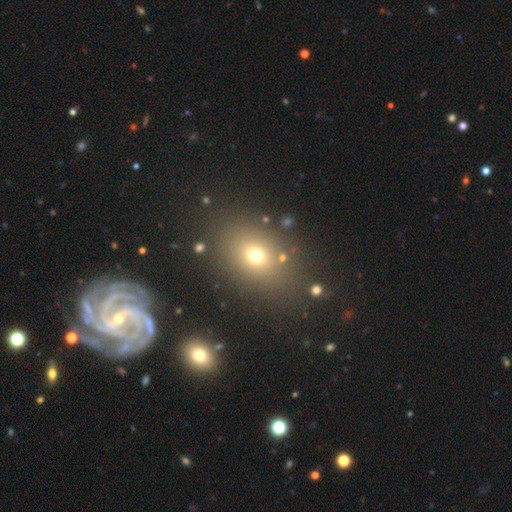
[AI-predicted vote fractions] Q: Smooth or featured?
A: smooth (68%); runner-up: star or artifact (20%)
Q: How rounded?
A: in between (54%); runner-up: round (44%)
Q: Merging?
A: none (79%); runner-up: minor disturbance (11%)